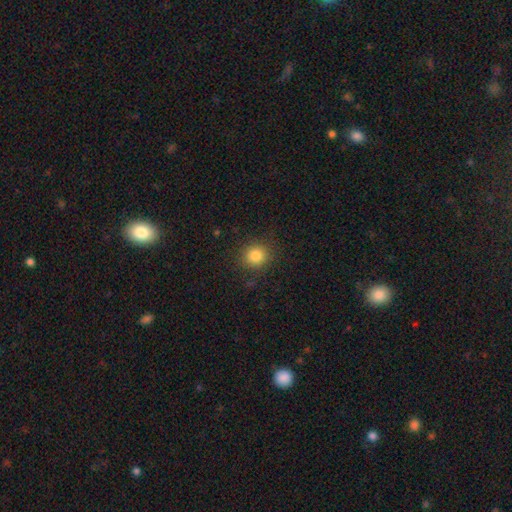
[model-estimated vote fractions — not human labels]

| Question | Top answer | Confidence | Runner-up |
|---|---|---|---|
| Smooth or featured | smooth | 83% | star or artifact (12%) |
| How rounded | round | 87% | in between (12%) |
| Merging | none | 89% | minor disturbance (8%) |